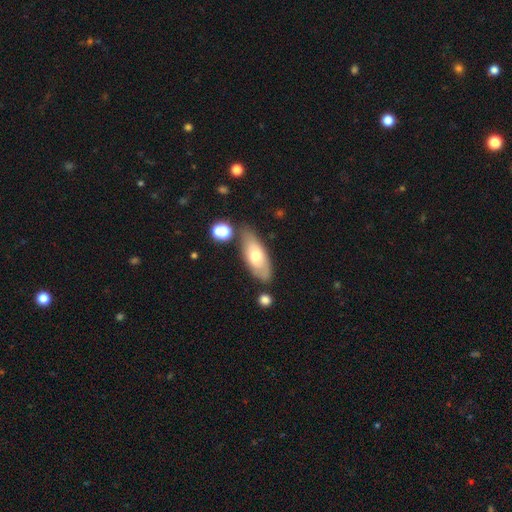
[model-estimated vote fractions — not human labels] smooth-or-featured: smooth: 61% | featured or disk: 32% | star or artifact: 7%
  how-rounded: in between: 76% | cigar-shaped: 21% | round: 3%
  merging: none: 73% | minor disturbance: 16% | merger: 7% | major disturbance: 4%